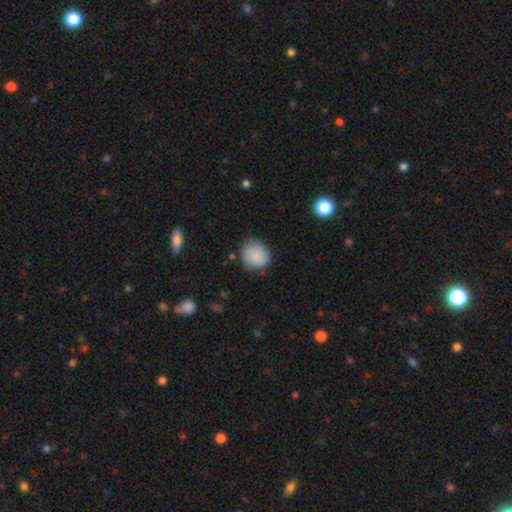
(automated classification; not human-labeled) A smooth galaxy with no disk features (80%) that is round (84%).

Vote fractions:
- Smooth or featured? smooth: 80% / featured or disk: 13% / star or artifact: 7%
- How rounded? round: 84% / in between: 15% / cigar-shaped: 1%
- Merging? none: 71% / minor disturbance: 22% / major disturbance: 5% / merger: 2%